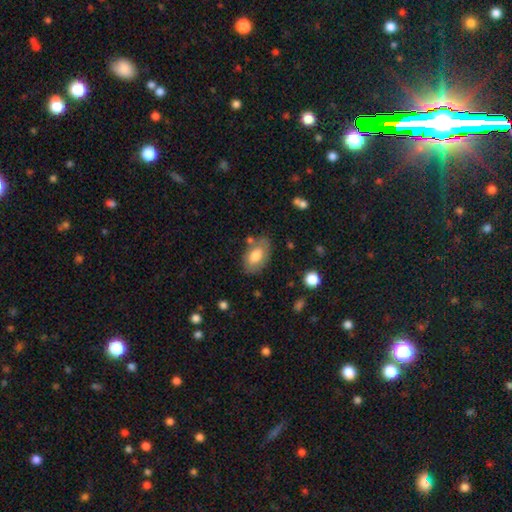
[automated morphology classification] A smooth galaxy with no disk features (72%) that is in between round and cigar-shaped (91%). Merging: none (71%).